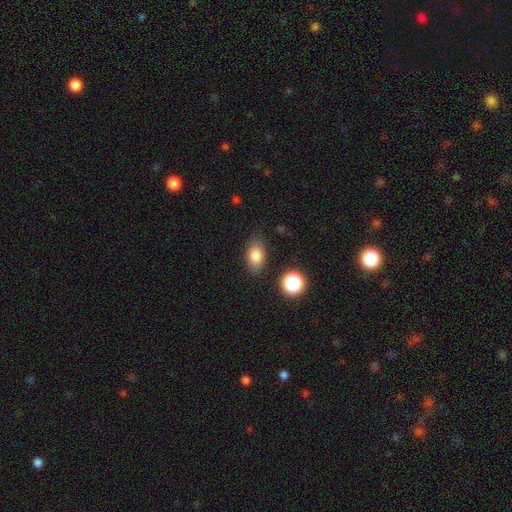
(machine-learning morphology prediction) Smooth or featured? Predicted: smooth (p=0.82). How rounded? Predicted: in between (p=0.85). Merging? Predicted: none (p=0.83).